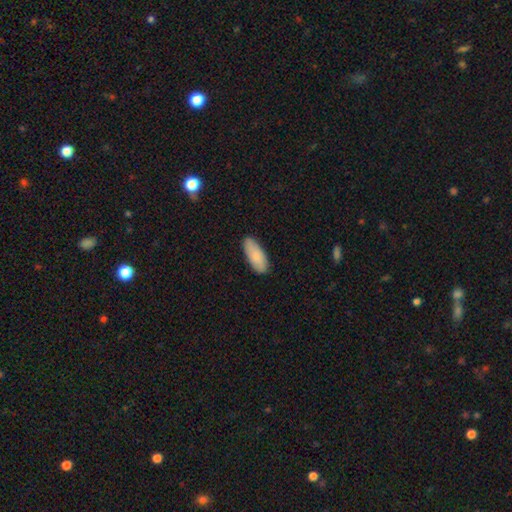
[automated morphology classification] The model was most divided on "how rounded": in between: 81%, cigar-shaped: 17%, round: 2%. More confident: smooth or featured — smooth (86%); merging — none (85%).